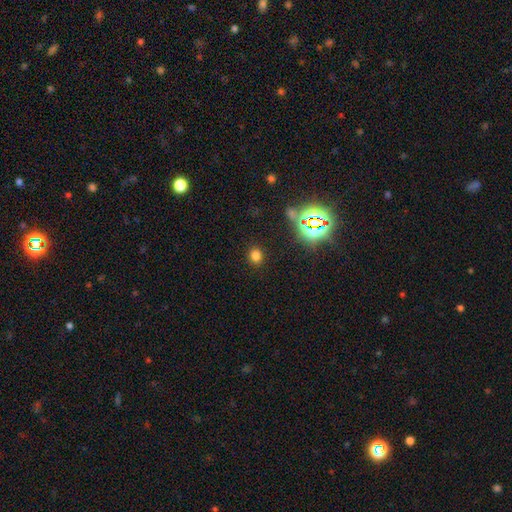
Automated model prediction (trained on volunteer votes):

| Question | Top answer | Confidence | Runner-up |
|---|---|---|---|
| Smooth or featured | smooth | 73% | star or artifact (22%) |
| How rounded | round | 74% | in between (24%) |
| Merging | none | 88% | minor disturbance (7%) |